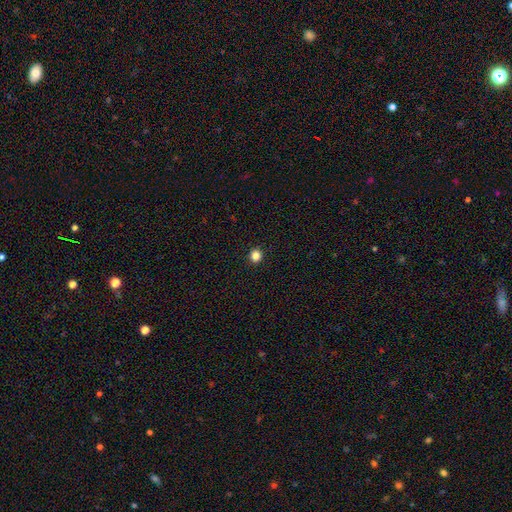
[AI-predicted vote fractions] This is clearly a smooth galaxy (84%). How rounded: clearly round (93%). Merging: clearly none (93%).